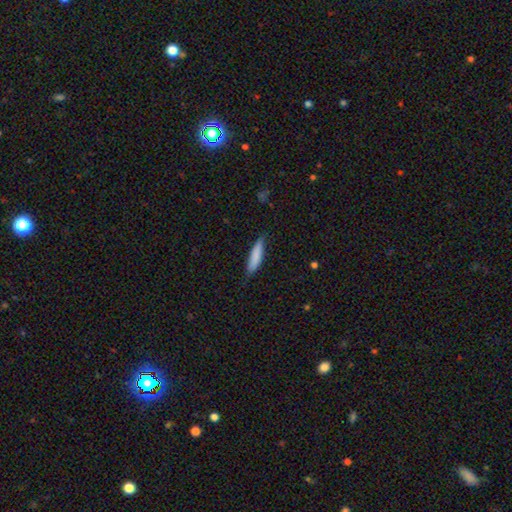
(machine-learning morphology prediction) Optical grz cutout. It shows a smooth galaxy with no disk features (82%) that is cigar-shaped (70%). Merging: none (75%).